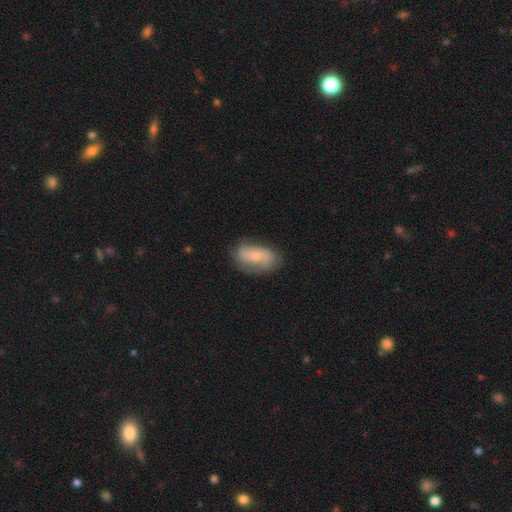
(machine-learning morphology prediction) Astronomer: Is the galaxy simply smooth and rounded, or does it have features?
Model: featured or disk — 64%.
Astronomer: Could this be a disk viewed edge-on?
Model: no — 95%.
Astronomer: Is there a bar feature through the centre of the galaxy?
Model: no — 54% (runner-up: weak, 34%).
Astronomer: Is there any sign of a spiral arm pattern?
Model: yes — 88%.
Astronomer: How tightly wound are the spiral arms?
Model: loose — 40% (runner-up: medium, 38%).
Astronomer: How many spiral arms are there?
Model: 2 — 75%.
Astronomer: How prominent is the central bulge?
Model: small — 55% (runner-up: moderate, 39%).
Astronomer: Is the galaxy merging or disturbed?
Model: none — 68%.